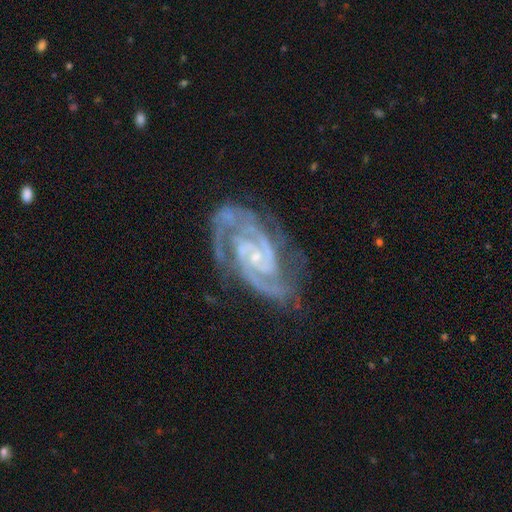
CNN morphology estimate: Overall: featured or disk (92%). Edge-on disk: no (97%). Bar: no (55%; weak 33%). Spiral arms: yes (98%). Spiral arm count: 2 (67%). Spiral winding: tight (57%; medium 39%). Bulge size: small (76%). Merging: none (68%).